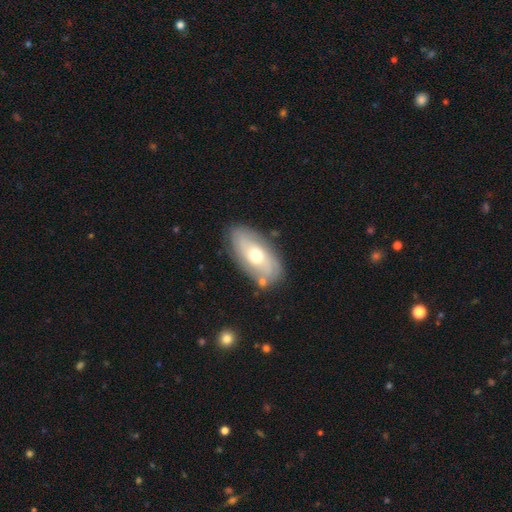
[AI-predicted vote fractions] This appears to be a featured or disk galaxy (51%). Merging: none (76%).